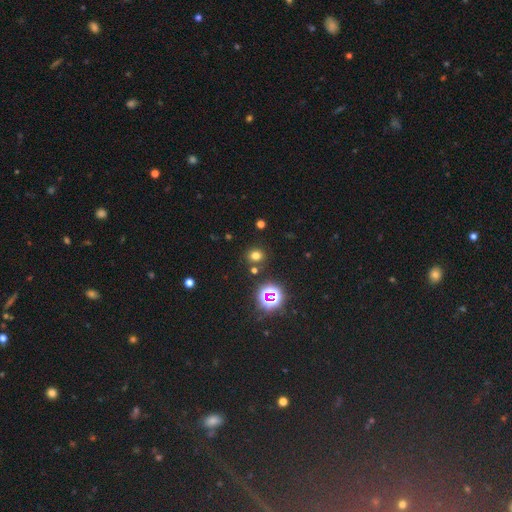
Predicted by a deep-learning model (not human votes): Smooth or featured?
  - smooth: 67% *
  - star or artifact: 26%
  - featured or disk: 7%
How rounded?
  - round: 77% *
  - in between: 22%
  - cigar-shaped: 1%
Merging?
  - none: 82% *
  - minor disturbance: 8%
  - merger: 7%
  - major disturbance: 3%